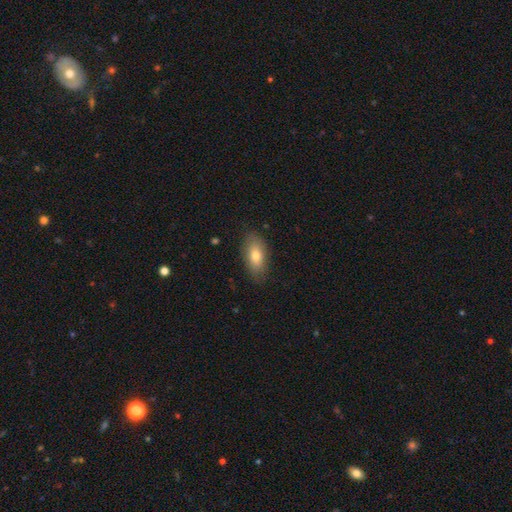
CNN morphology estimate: smooth-or-featured: smooth: 76% | featured or disk: 18% | star or artifact: 7%
  how-rounded: in between: 88% | cigar-shaped: 8% | round: 4%
  merging: none: 82% | minor disturbance: 14% | major disturbance: 3% | merger: 1%